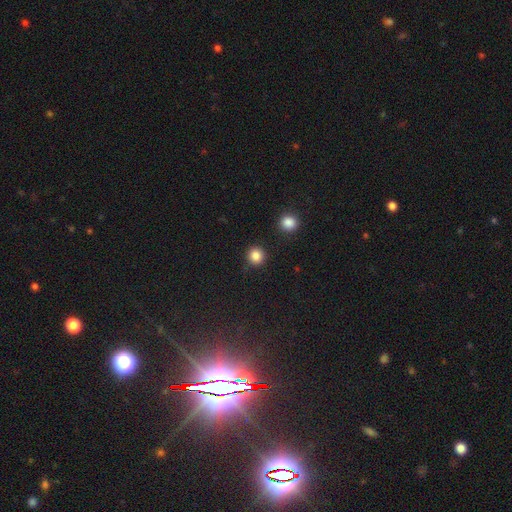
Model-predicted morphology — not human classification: Overall: smooth (85%). How rounded: round (92%). Merging: none (90%).